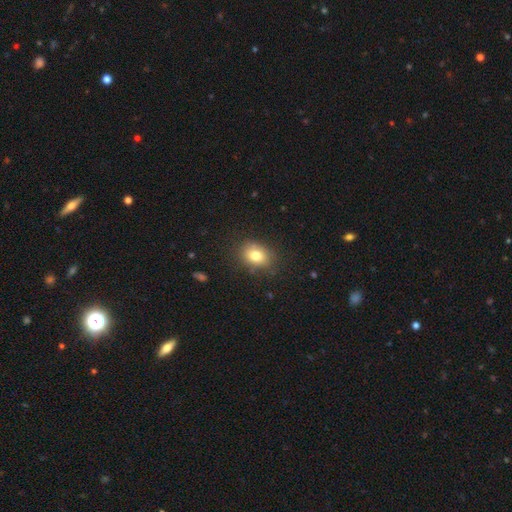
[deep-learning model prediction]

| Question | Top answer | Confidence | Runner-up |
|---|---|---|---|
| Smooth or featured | smooth | 79% | featured or disk (11%) |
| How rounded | in between | 62% | round (37%) |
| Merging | none | 81% | minor disturbance (13%) |